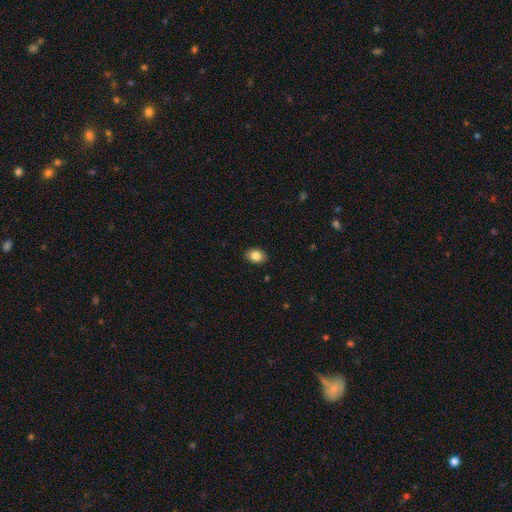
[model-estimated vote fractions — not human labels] Smooth or featured: smooth — 85% (star or artifact — 8%)
How rounded: in between — 76% (round — 23%)
Merging: none — 89% (minor disturbance — 8%)